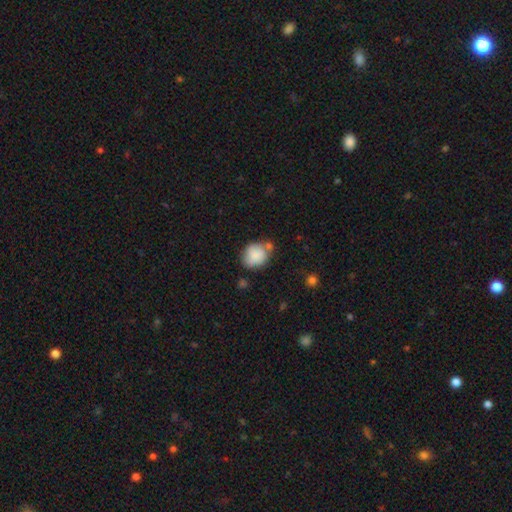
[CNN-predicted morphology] This is clearly a smooth galaxy (82%). How rounded: possibly round (57%). Merging: possibly none (54%).